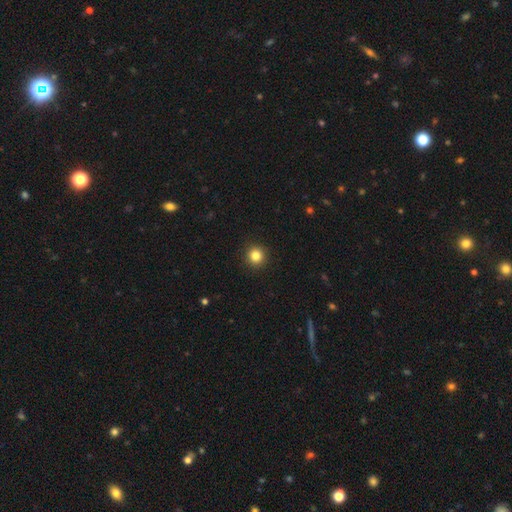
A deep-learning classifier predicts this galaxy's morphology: This appears to be a smooth galaxy with no disk features (84%) that is round (95%). Merging: none (93%).